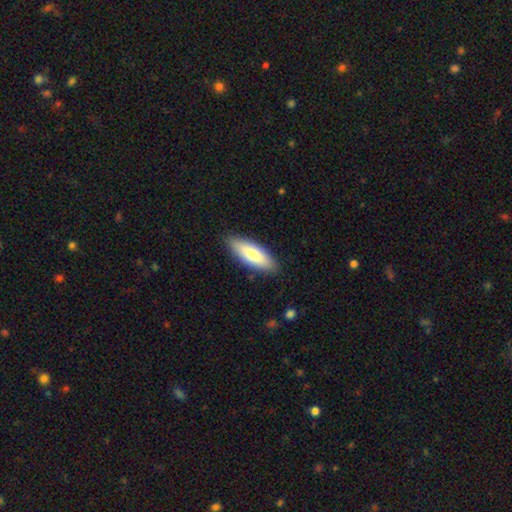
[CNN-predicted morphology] Smooth or featured?
  - smooth: 80% *
  - featured or disk: 15%
  - star or artifact: 5%
How rounded?
  - in between: 63% *
  - cigar-shaped: 35%
  - round: 2%
Merging?
  - none: 87% *
  - minor disturbance: 10%
  - major disturbance: 2%
  - merger: 1%